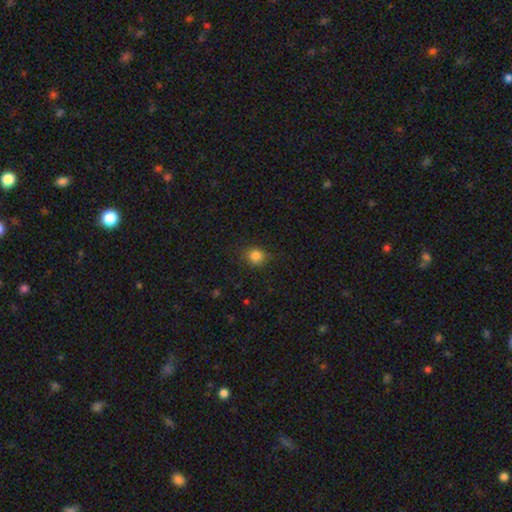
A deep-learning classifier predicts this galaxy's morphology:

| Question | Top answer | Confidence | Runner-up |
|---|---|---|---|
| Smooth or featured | smooth | 82% | star or artifact (12%) |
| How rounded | round | 77% | in between (22%) |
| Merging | none | 81% | minor disturbance (15%) |